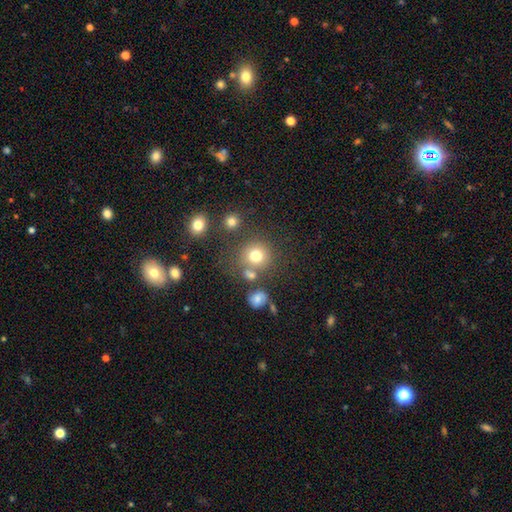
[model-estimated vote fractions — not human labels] smooth-or-featured: smooth: 76% | star or artifact: 15% | featured or disk: 9%
  how-rounded: round: 89% | in between: 10% | cigar-shaped: 1%
  merging: none: 70% | merger: 13% | minor disturbance: 11% | major disturbance: 6%